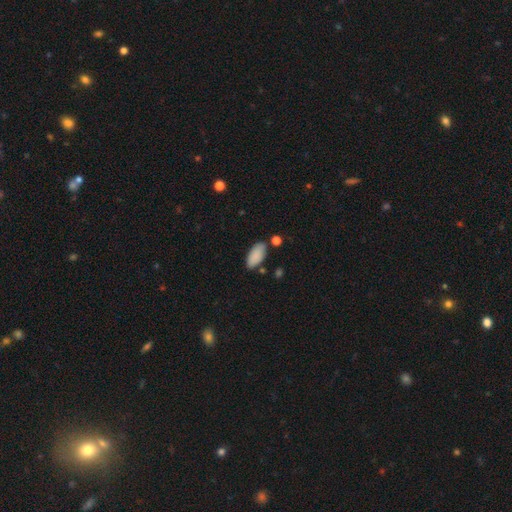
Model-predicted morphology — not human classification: A smooth galaxy with no disk features (89%) that is in between round and cigar-shaped (92%).

Vote fractions:
- Smooth or featured? smooth: 89% / star or artifact: 7% / featured or disk: 5%
- How rounded? in between: 92% / cigar-shaped: 6% / round: 2%
- Merging? none: 78% / minor disturbance: 14% / merger: 6% / major disturbance: 3%